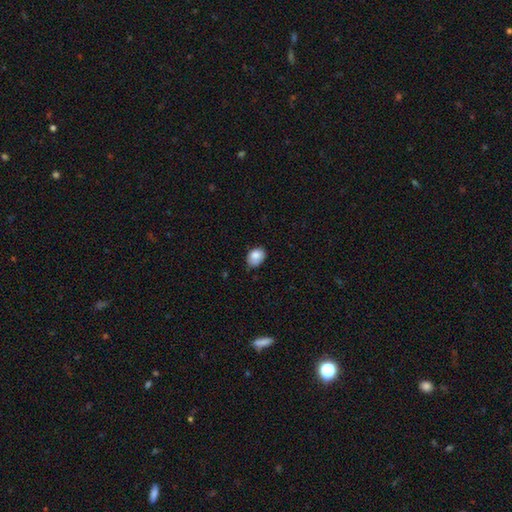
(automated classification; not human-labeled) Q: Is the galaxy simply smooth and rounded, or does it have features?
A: smooth — 85%.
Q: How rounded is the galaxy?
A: in between — 72%.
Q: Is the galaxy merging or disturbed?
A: none — 69%.